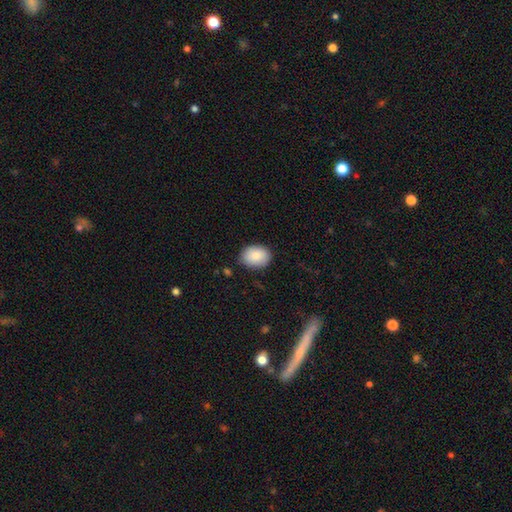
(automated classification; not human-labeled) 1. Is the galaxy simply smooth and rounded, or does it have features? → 86% smooth, 8% featured or disk, 7% star or artifact.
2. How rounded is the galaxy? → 70% in between, 29% round, 1% cigar-shaped.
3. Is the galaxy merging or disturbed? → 84% none, 13% minor disturbance, 2% major disturbance, 1% merger.